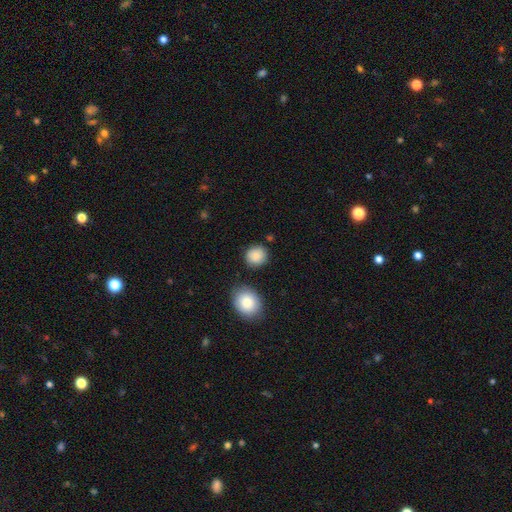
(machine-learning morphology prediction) Smooth or featured: smooth — 88% (star or artifact — 8%)
How rounded: round — 86% (in between — 13%)
Merging: none — 81% (minor disturbance — 11%)